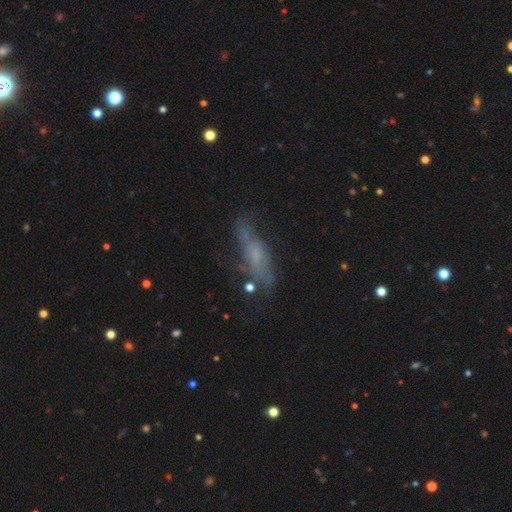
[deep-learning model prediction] The model was most divided on "smooth or featured": featured or disk: 46%, smooth: 41%, star or artifact: 13%. More confident: merging — none (52%).